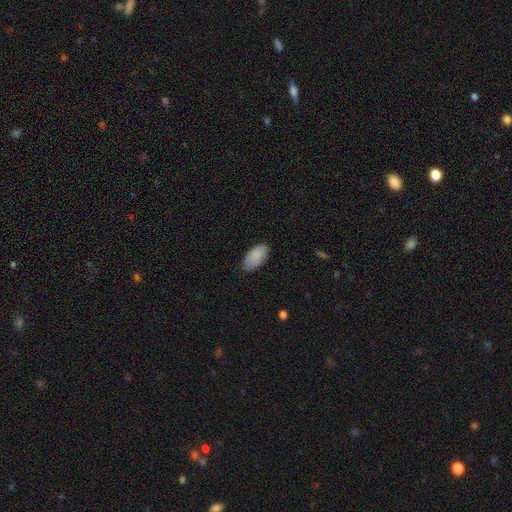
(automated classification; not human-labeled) Overall: smooth (88%). How rounded: in between (95%). Merging: none (81%).